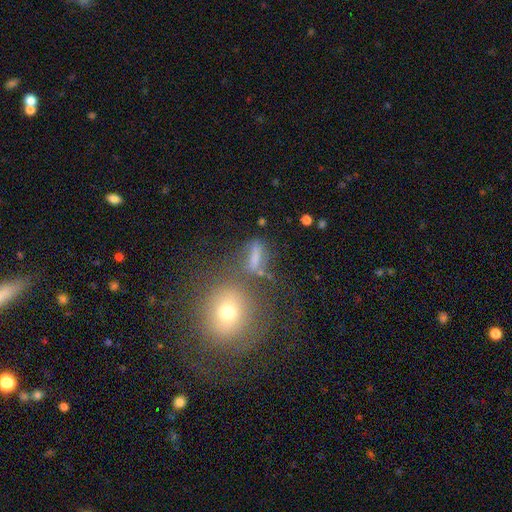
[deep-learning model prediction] Overall: smooth (60%; featured or disk 20%). How rounded: in between (43%; cigar-shaped 35%). Merging: none (55%; merger 18%).